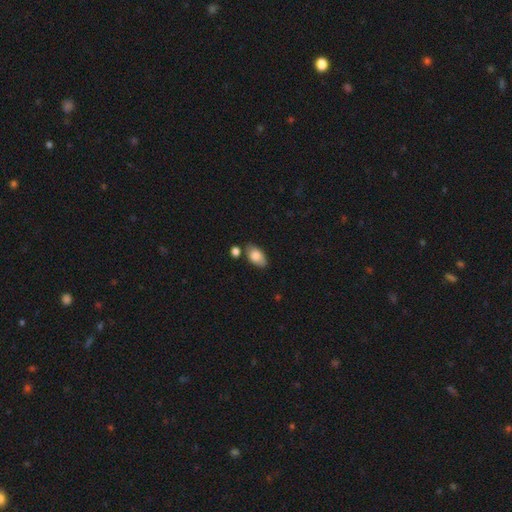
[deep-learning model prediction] A smooth galaxy with no disk features (81%) that is in between round and cigar-shaped (93%).

Vote fractions:
- Smooth or featured? smooth: 81% / featured or disk: 12% / star or artifact: 7%
- How rounded? in between: 93% / round: 6% / cigar-shaped: 2%
- Merging? none: 72% / minor disturbance: 15% / merger: 9% / major disturbance: 3%